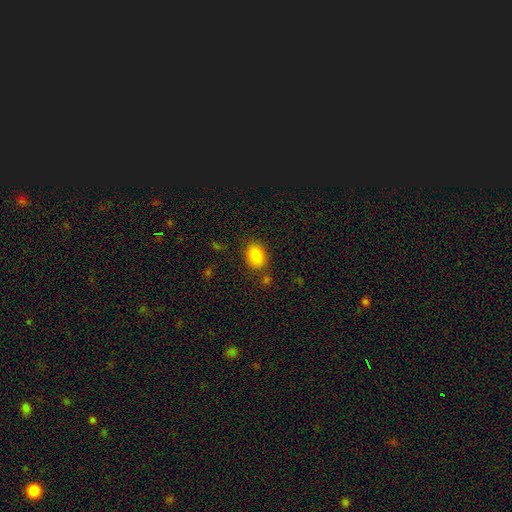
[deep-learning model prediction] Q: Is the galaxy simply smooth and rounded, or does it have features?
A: smooth — 86%.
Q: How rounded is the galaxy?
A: in between — 67%.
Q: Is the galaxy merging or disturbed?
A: none — 80%.